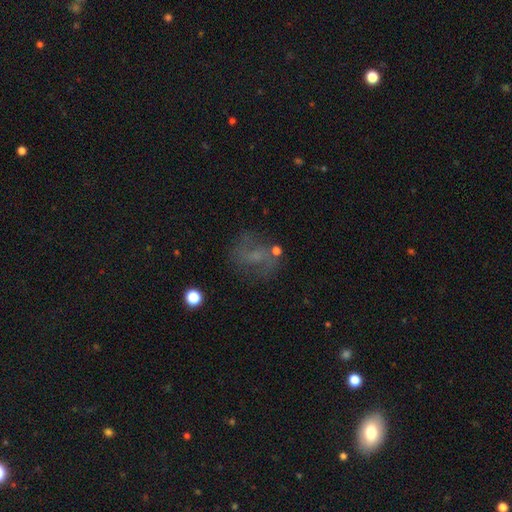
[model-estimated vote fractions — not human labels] featured or disk 48%, smooth 31%, star or artifact 21%. Down the decision tree: merging — none (62%).